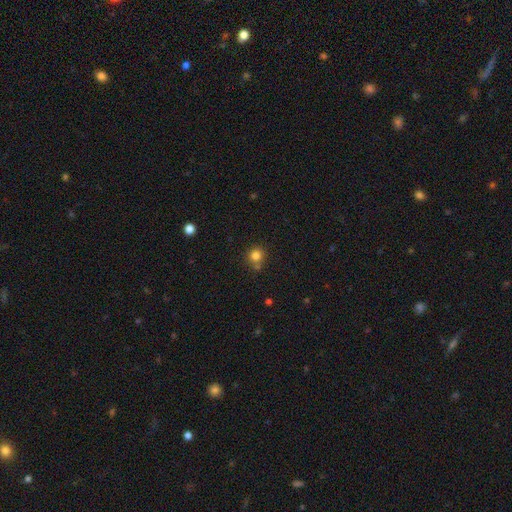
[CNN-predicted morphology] Smooth or featured?
  - smooth: 81% *
  - star or artifact: 13%
  - featured or disk: 6%
How rounded?
  - round: 91% *
  - in between: 8%
  - cigar-shaped: 1%
Merging?
  - none: 72% *
  - merger: 14%
  - minor disturbance: 10%
  - major disturbance: 3%